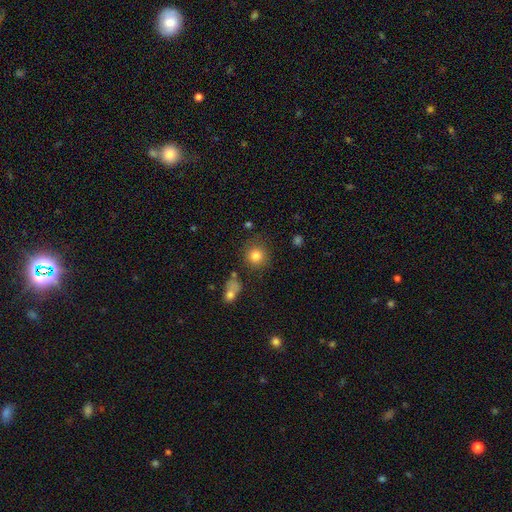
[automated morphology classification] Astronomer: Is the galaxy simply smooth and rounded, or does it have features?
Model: smooth — 82%.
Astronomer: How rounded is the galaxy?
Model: round — 90%.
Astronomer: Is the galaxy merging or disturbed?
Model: none — 79%.